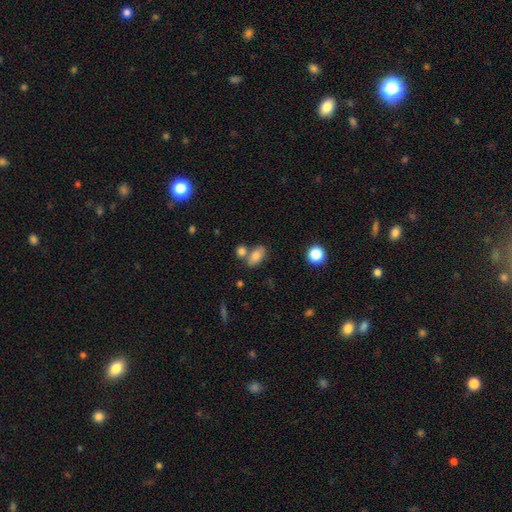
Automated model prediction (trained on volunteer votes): Smooth or featured: smooth — 79% (featured or disk — 12%)
How rounded: in between — 88% (round — 8%)
Merging: none — 58% (merger — 25%)